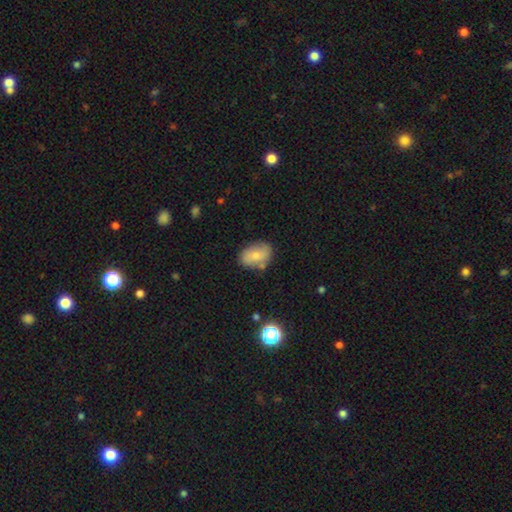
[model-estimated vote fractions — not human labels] smooth-or-featured: smooth: 71% | featured or disk: 21% | star or artifact: 8%
  how-rounded: in between: 80% | round: 19% | cigar-shaped: 1%
  merging: none: 73% | minor disturbance: 18% | merger: 5% | major disturbance: 4%